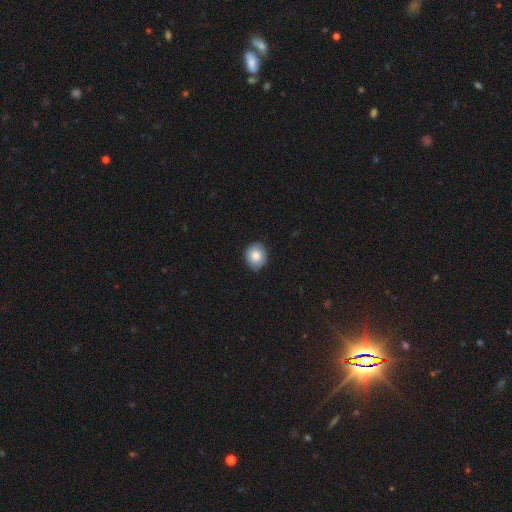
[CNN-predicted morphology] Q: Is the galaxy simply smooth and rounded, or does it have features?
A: smooth — 82%.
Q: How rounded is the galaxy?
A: round — 75%.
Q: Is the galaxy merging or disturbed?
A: none — 85%.